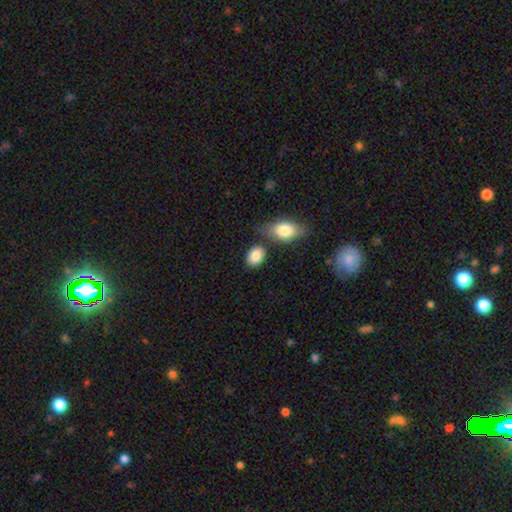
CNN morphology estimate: Smooth or featured? Predicted: smooth (p=0.86). How rounded? Predicted: in between (p=0.78). Merging? Predicted: none (p=0.66).